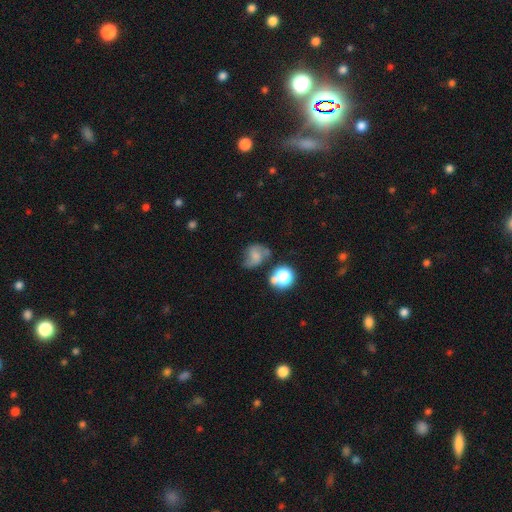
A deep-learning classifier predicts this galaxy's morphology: Overall: featured or disk (45%; smooth 39%). Merging: none (48%; minor disturbance 26%).